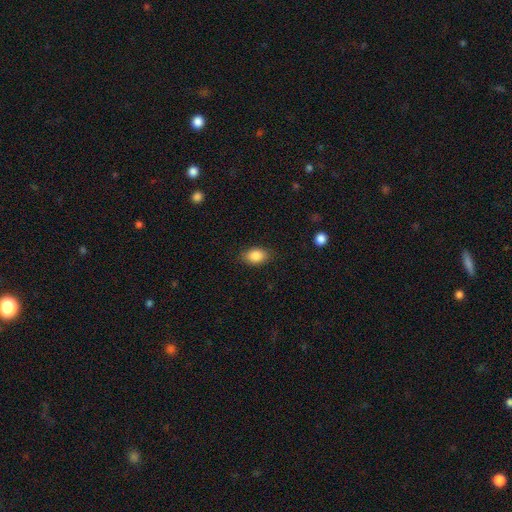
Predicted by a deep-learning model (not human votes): Q: Smooth or featured?
A: smooth (87%); runner-up: star or artifact (8%)
Q: How rounded?
A: in between (84%); runner-up: round (15%)
Q: Merging?
A: none (85%); runner-up: minor disturbance (11%)